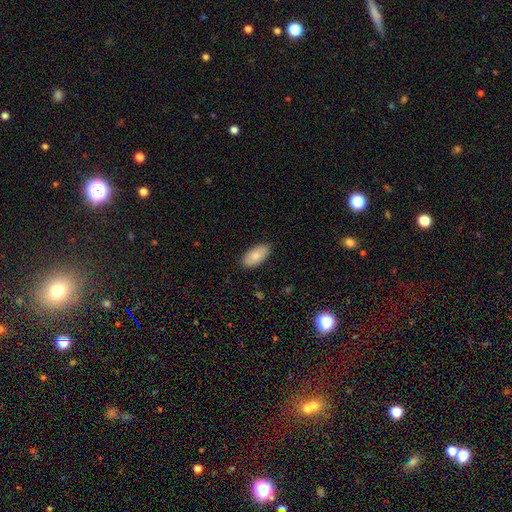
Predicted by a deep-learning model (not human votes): This appears to be a smooth galaxy with no disk features (82%) that is in between round and cigar-shaped (94%). Merging: none (86%).